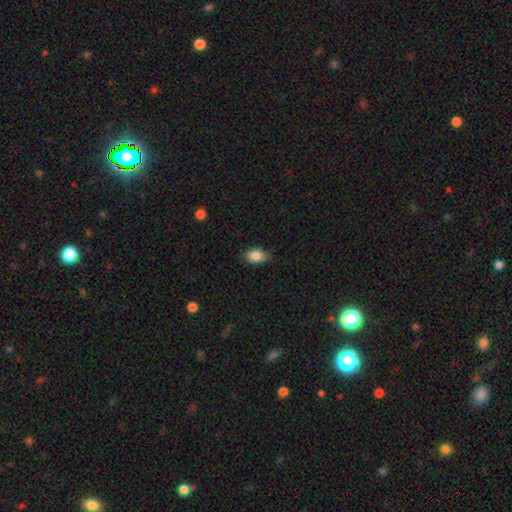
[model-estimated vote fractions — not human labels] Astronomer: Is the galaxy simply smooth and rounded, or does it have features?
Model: smooth — 85%.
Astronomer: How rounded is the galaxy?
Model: in between — 86%.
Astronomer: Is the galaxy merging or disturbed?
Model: none — 81%.